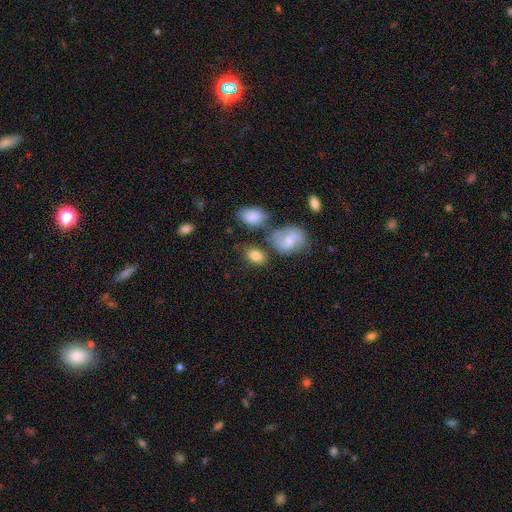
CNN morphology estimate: Overall: smooth (79%). How rounded: in between (81%). Merging: none (66%).